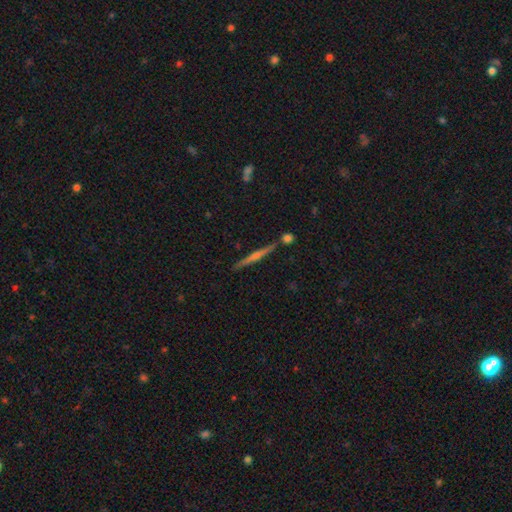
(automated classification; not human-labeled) This is likely a featured or disk galaxy (69%). It is clearly viewed edge-on (97%). Edge-on bulge: likely rounded (61%). Merging: clearly none (86%).